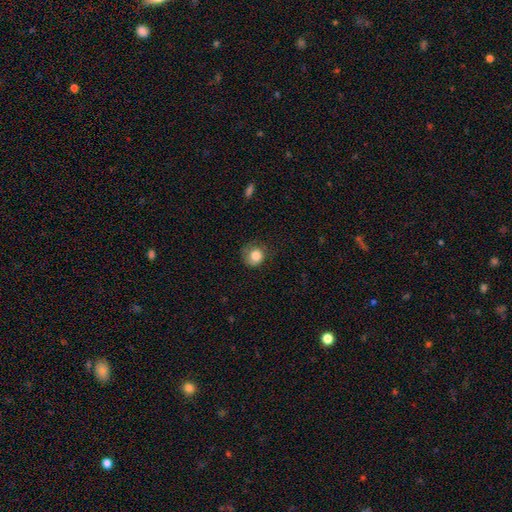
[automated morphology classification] smooth_or_featured: smooth (p=0.81) [alt: featured or disk p=0.11]
how_rounded: round (p=0.81) [alt: in between p=0.19]
merging: none (p=0.60) [alt: minor disturbance p=0.25]